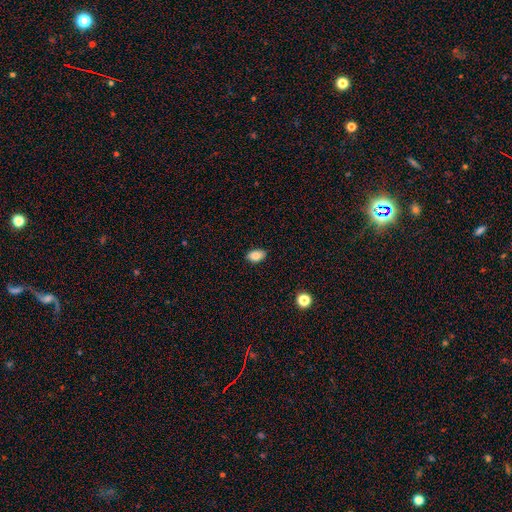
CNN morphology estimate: This is clearly a smooth galaxy (86%). How rounded: clearly in between (89%). Merging: clearly none (86%).